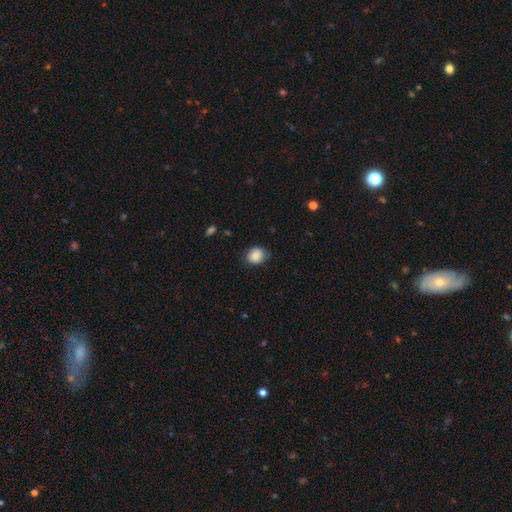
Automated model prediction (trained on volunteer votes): Morphology: type=smooth (86%); roundness=round (59%); merging=none (75%).